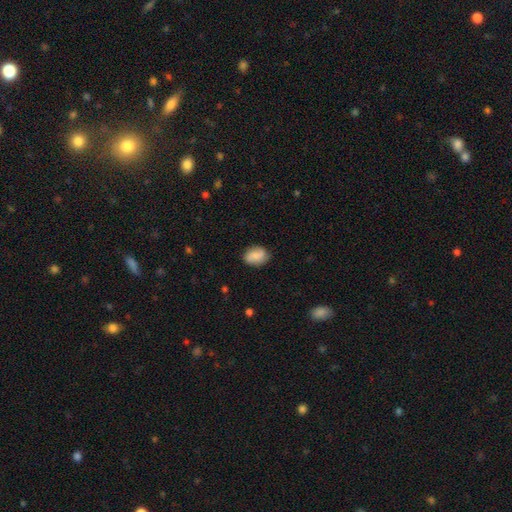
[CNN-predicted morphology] Smooth or featured: smooth — 72% (featured or disk — 20%)
How rounded: in between — 74% (round — 25%)
Merging: none — 79% (minor disturbance — 16%)